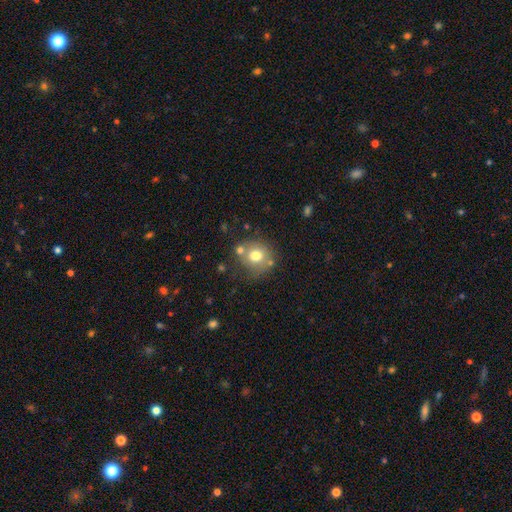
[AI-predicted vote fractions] Smooth or featured? smooth (72%)
How rounded? round (85%)
Merging? none (65%)